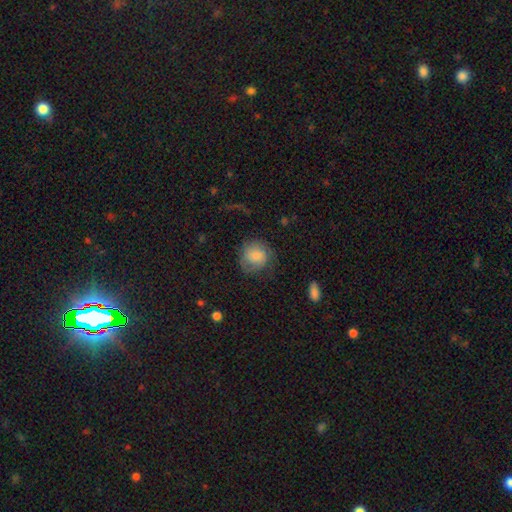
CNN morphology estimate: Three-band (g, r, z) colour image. It shows a smooth galaxy with no disk features (71%) that is round (84%). Merging: none (61%).